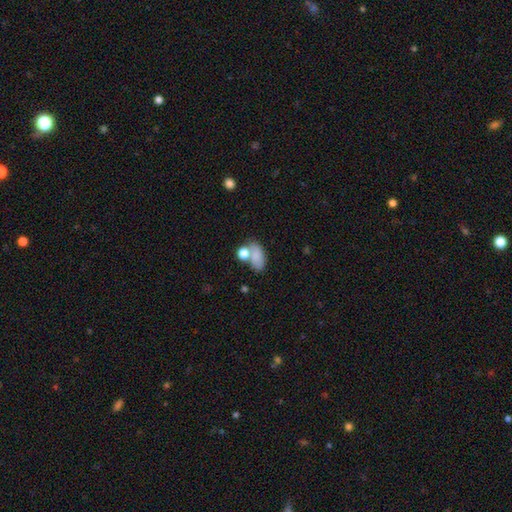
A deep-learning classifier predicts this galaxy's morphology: smooth 79%, featured or disk 11%, star or artifact 10%. Down the decision tree: how rounded — in between (85%); merging — none (45%).